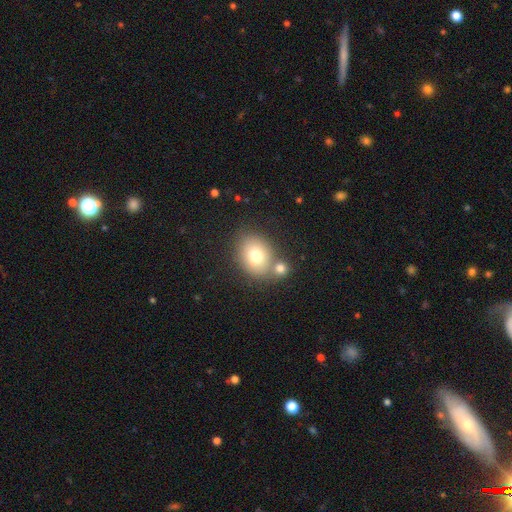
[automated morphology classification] smooth 75%, featured or disk 14%, star or artifact 10%. Down the decision tree: how rounded — in between (50%); merging — none (58%).